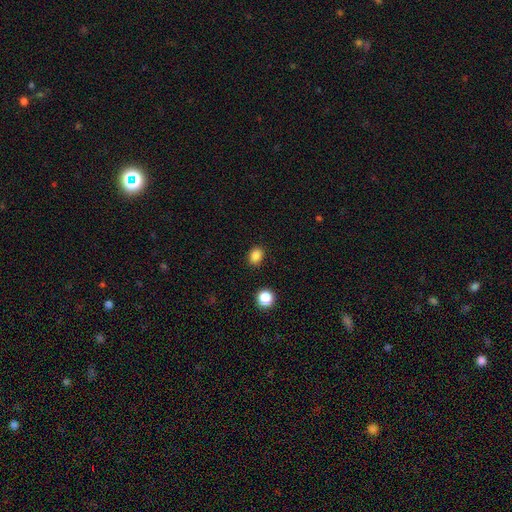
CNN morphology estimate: This is clearly a smooth galaxy (85%). How rounded: possibly in between (50%). Merging: clearly none (88%).